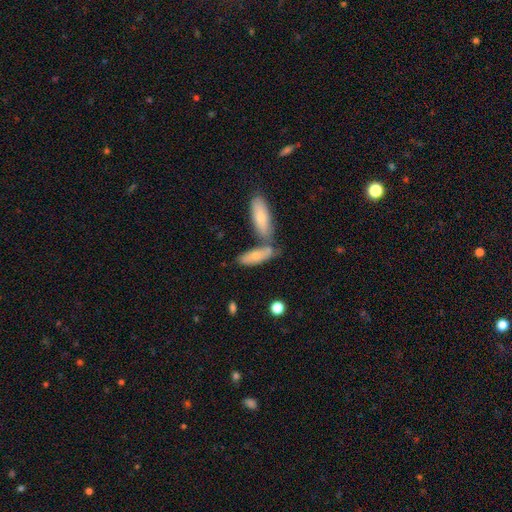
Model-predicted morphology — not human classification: smooth_or_featured: smooth (p=0.71) [alt: featured or disk p=0.22]
how_rounded: in between (p=0.57) [alt: cigar-shaped p=0.40]
merging: none (p=0.43) [alt: merger p=0.39]